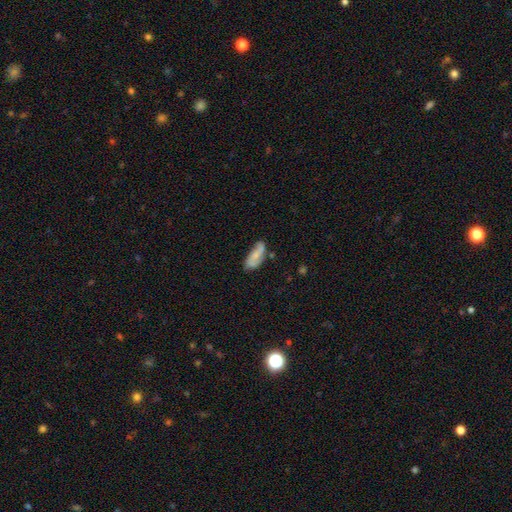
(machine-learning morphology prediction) smooth_or_featured: smooth (p=0.51) [alt: featured or disk p=0.42]
how_rounded: in between (p=0.80) [alt: cigar-shaped p=0.17]
merging: none (p=0.55) [alt: minor disturbance p=0.29]